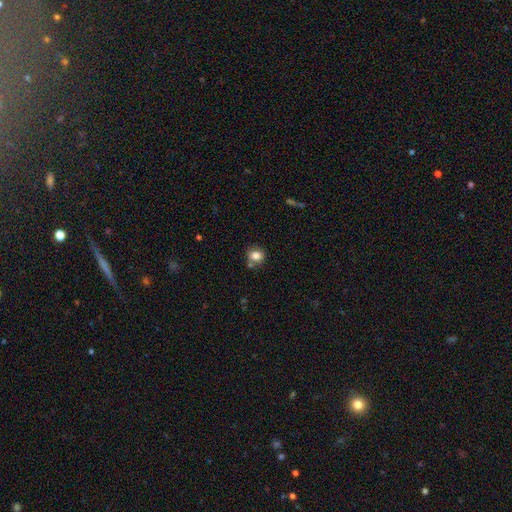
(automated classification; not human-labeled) This appears to be a smooth galaxy with no disk features (80%) that is round (73%). Merging: none (68%).